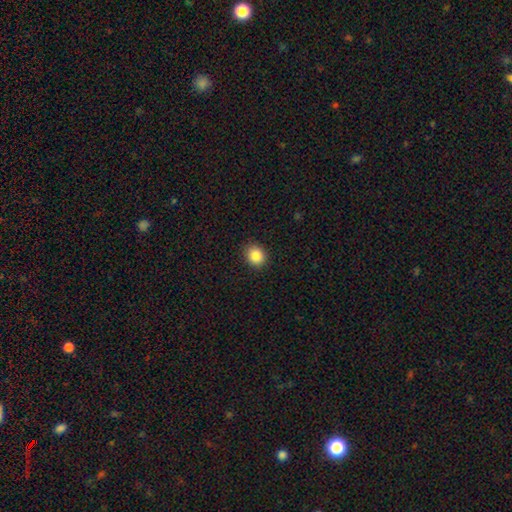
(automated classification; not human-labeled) smooth_or_featured: smooth (p=0.86) [alt: star or artifact p=0.10]
how_rounded: round (p=0.73) [alt: in between p=0.26]
merging: none (p=0.89) [alt: minor disturbance p=0.07]